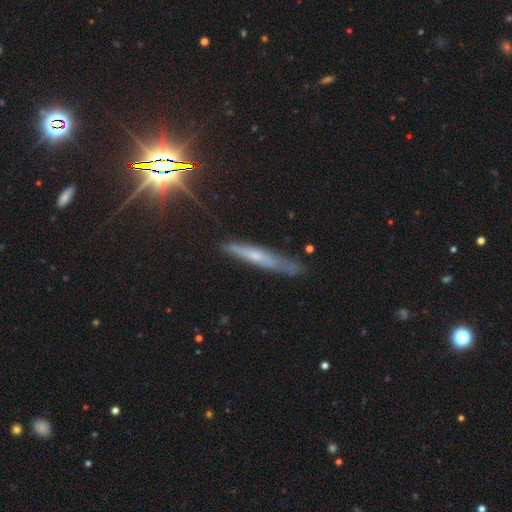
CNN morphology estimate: type=featured or disk (50%); merging=none (74%).